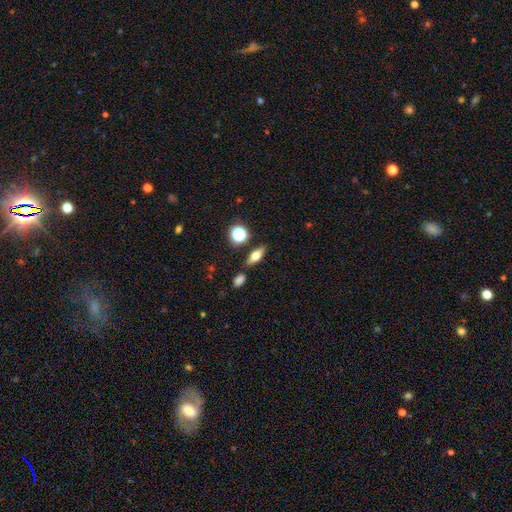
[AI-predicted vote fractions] Smooth or featured?
  - smooth: 60% *
  - featured or disk: 28%
  - star or artifact: 12%
How rounded?
  - in between: 65% *
  - cigar-shaped: 25%
  - round: 11%
Merging?
  - none: 81% *
  - minor disturbance: 10%
  - merger: 6%
  - major disturbance: 3%